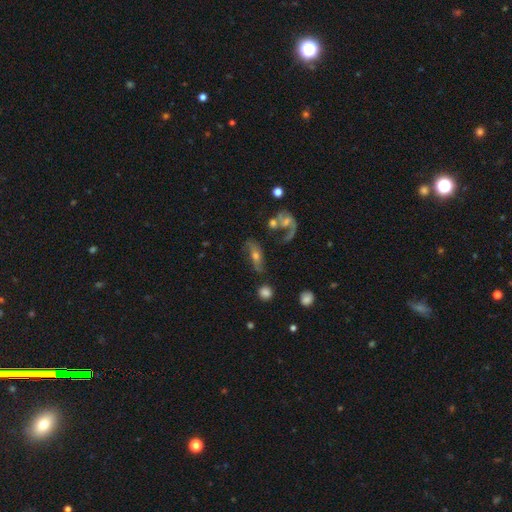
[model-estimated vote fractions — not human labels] A featured or disk galaxy (60%).

Vote fractions:
- Smooth or featured? featured or disk: 60% / smooth: 29% / star or artifact: 11%
- Edge-on disk? no: 75% / yes: 25%
- Merging? none: 44% / major disturbance: 22% / minor disturbance: 19% / merger: 15%